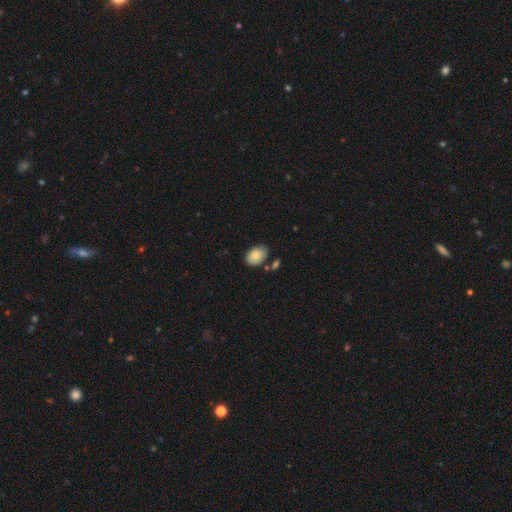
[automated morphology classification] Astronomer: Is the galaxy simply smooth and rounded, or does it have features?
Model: smooth — 79%.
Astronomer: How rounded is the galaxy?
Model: in between — 84%.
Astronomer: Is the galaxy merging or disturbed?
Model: none — 70%.